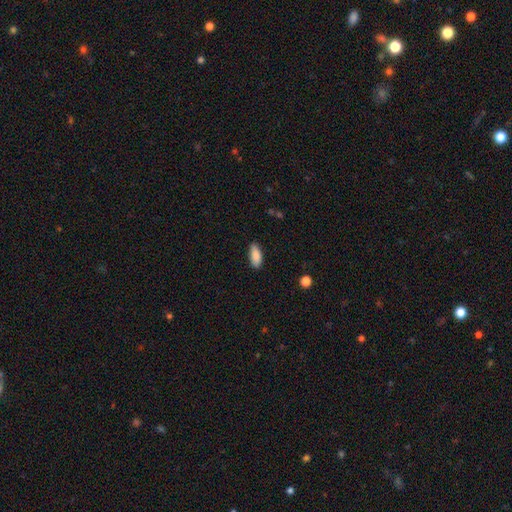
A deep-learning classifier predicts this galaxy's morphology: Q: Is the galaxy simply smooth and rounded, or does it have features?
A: smooth — 89%.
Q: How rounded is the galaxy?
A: in between — 83%.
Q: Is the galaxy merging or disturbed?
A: none — 84%.